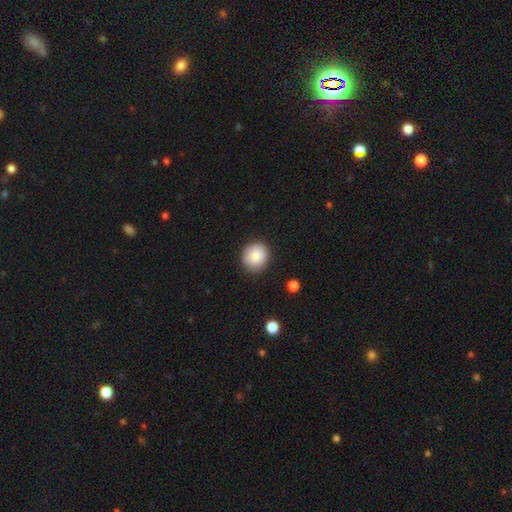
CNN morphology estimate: Smooth or featured?
  - smooth: 85% *
  - featured or disk: 8%
  - star or artifact: 8%
How rounded?
  - round: 87% *
  - in between: 12%
  - cigar-shaped: 1%
Merging?
  - none: 87% *
  - minor disturbance: 9%
  - major disturbance: 2%
  - merger: 1%